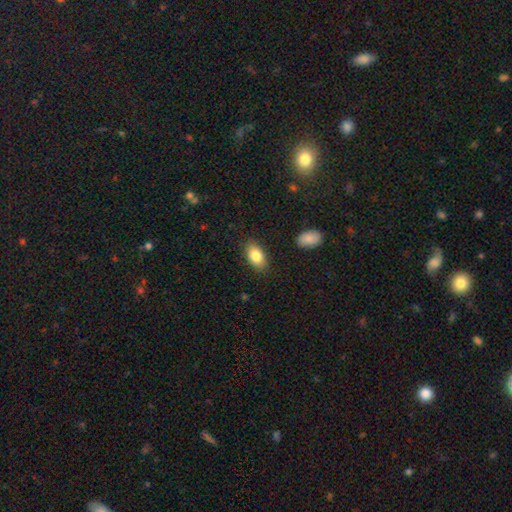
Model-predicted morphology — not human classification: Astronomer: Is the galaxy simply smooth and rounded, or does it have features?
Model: smooth — 84%.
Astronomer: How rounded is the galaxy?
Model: in between — 92%.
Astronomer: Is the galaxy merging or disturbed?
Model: none — 86%.